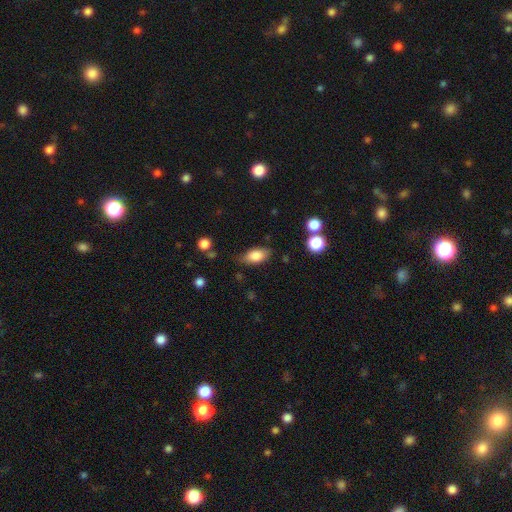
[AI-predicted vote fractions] smooth_or_featured: smooth (p=0.81) [alt: featured or disk p=0.11]
how_rounded: in between (p=0.87) [alt: cigar-shaped p=0.07]
merging: none (p=0.77) [alt: minor disturbance p=0.17]